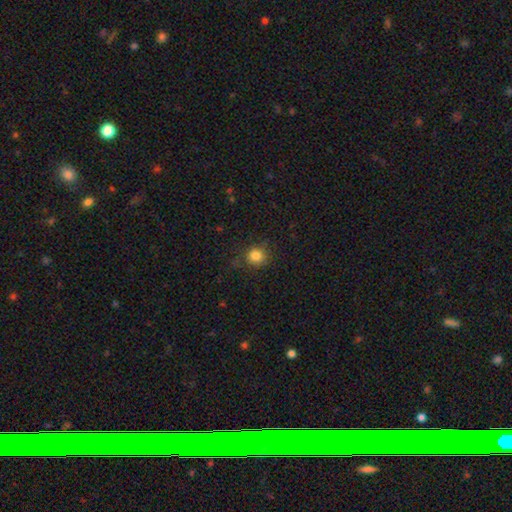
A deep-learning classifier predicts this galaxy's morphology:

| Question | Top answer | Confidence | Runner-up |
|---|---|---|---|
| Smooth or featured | smooth | 83% | star or artifact (12%) |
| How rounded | round | 90% | in between (9%) |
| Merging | none | 80% | minor disturbance (14%) |